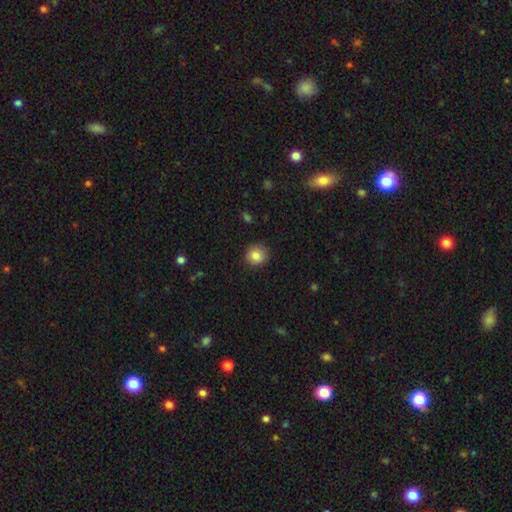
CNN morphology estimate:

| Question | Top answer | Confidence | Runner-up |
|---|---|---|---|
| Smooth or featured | smooth | 84% | star or artifact (9%) |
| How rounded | round | 88% | in between (11%) |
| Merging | none | 89% | minor disturbance (8%) |